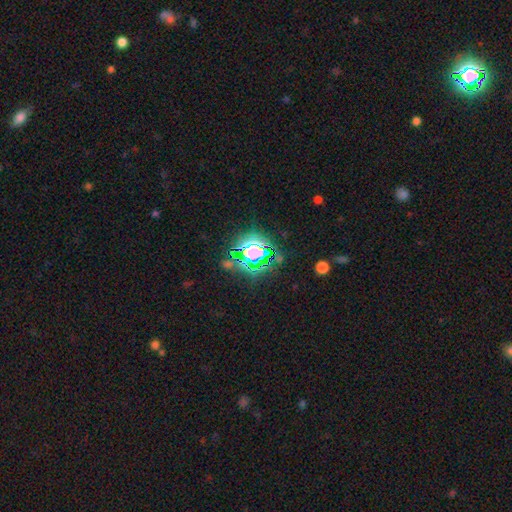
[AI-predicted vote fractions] Q: Smooth or featured?
A: star or artifact (73%); runner-up: smooth (17%)